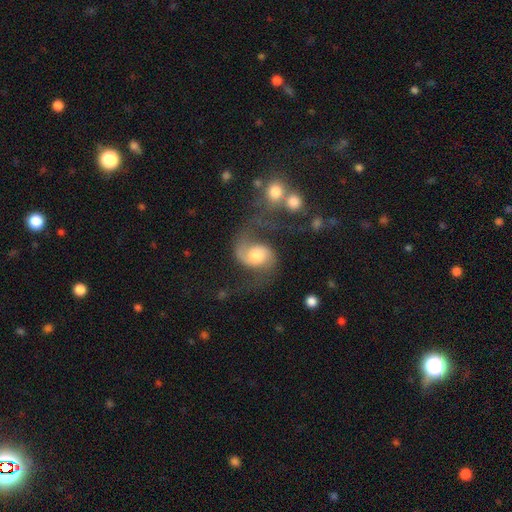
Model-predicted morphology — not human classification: Smooth or featured? featured or disk (80%)
Edge-on disk? no (98%)
Bar? no (61%)
Spiral arms? yes (95%)
Spiral winding? loose (47%)
Spiral arm count? 2 (89%)
Bulge size? moderate (60%)
Merging? none (48%)